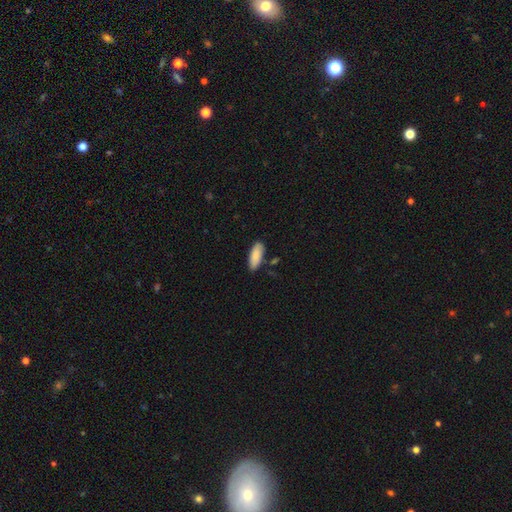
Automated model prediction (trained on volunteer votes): This appears to be a smooth galaxy with no disk features (88%) that is in between round and cigar-shaped (80%). Merging: none (81%).